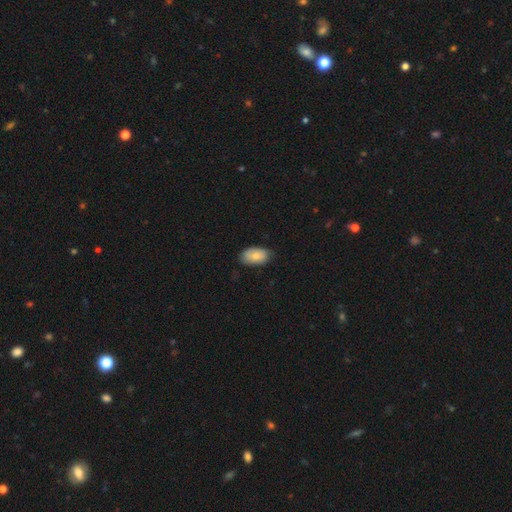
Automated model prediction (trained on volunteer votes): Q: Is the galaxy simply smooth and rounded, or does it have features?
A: smooth — 79%.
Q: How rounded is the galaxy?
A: in between — 93%.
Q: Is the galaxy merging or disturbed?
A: none — 73%.